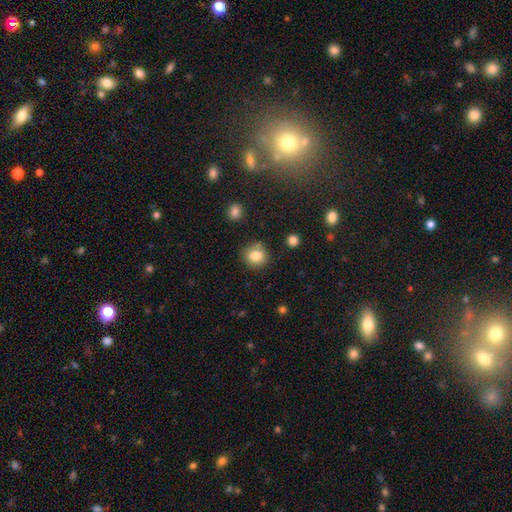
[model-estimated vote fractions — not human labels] This is clearly a smooth galaxy (82%). How rounded: clearly round (89%). Merging: clearly none (81%).